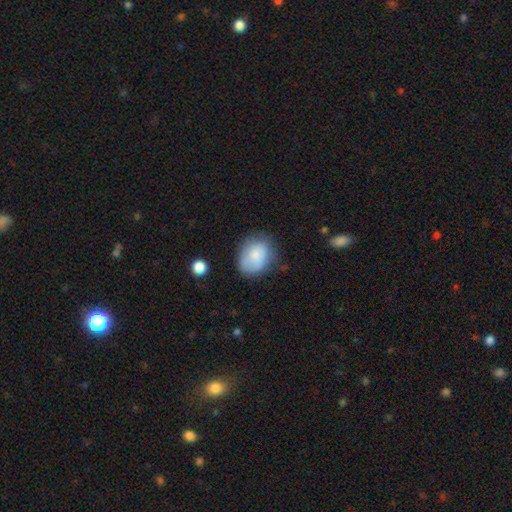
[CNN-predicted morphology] Smooth or featured? Predicted: smooth (p=0.79). How rounded? Predicted: in between (p=0.52). Merging? Predicted: none (p=0.60).